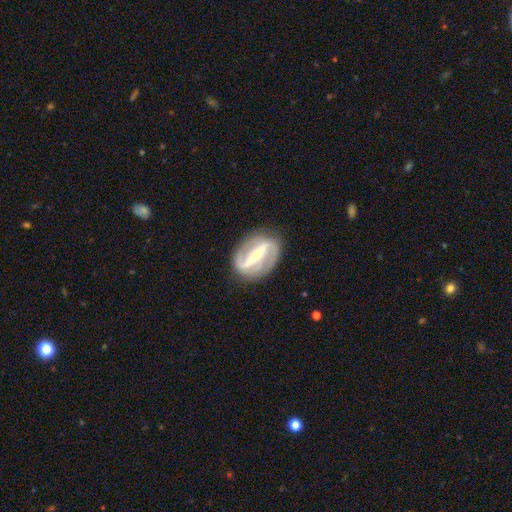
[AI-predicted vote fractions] This is clearly a featured or disk galaxy (87%). It is clearly not viewed edge-on (93%). Bar: likely strong (79%). Spiral arm pattern: clearly yes (88%). Spiral arm count: clearly 2 (91%). Spiral winding: marginally medium (41%). Central bulge: likely small (60%). Merging: clearly none (83%).